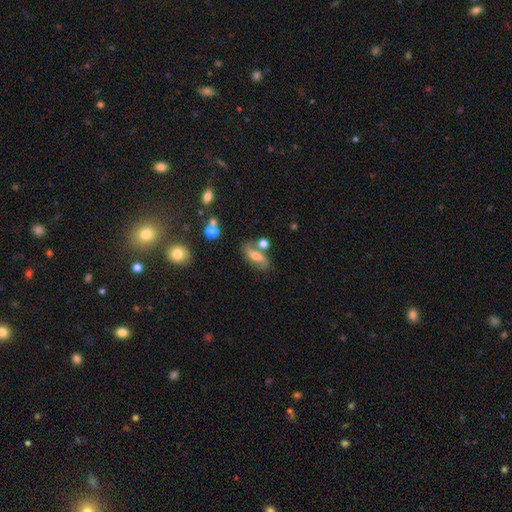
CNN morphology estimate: Smooth or featured?
  - smooth: 48% *
  - featured or disk: 42%
  - star or artifact: 10%
Merging?
  - none: 60% *
  - minor disturbance: 19%
  - merger: 14%
  - major disturbance: 7%